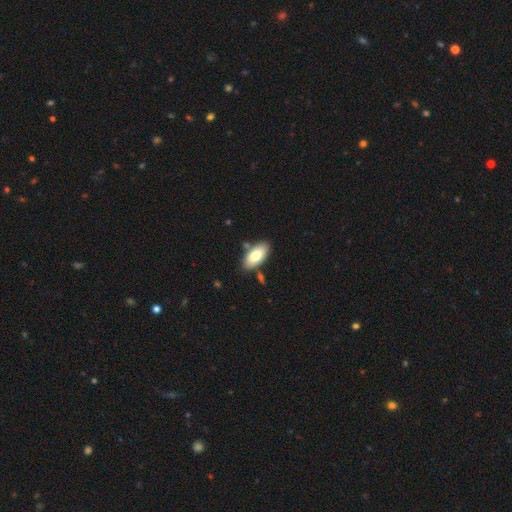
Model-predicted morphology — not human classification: type=smooth (79%); roundness=in between (93%); merging=none (80%).